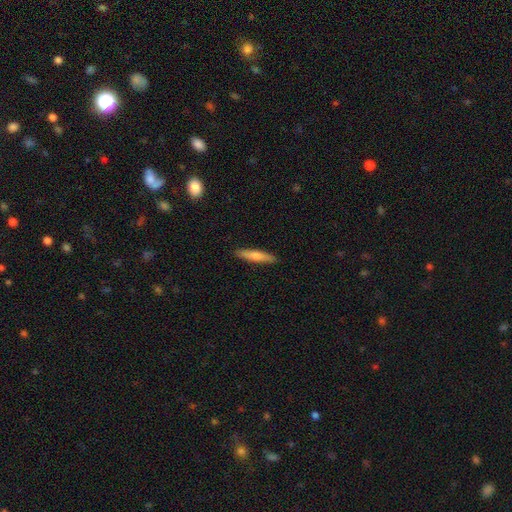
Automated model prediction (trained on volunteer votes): smooth 67%, featured or disk 28%, star or artifact 5%. Down the decision tree: how rounded — cigar-shaped (87%); merging — none (90%).